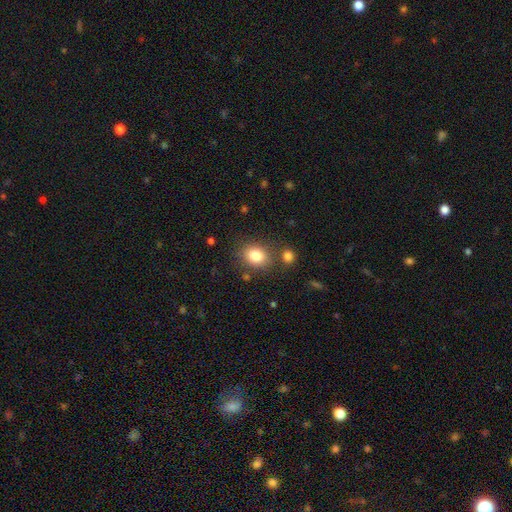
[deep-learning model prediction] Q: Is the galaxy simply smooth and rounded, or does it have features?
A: smooth — 81%.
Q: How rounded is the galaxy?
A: round — 54%.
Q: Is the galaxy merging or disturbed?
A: none — 76%.